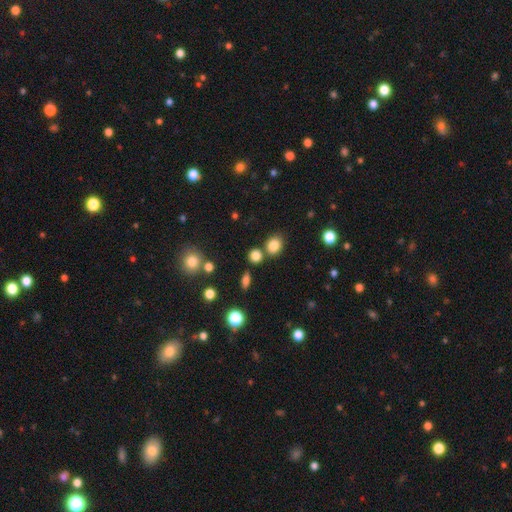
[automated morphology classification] A smooth galaxy with no disk features (82%) that is round (67%). Merging: none (72%).